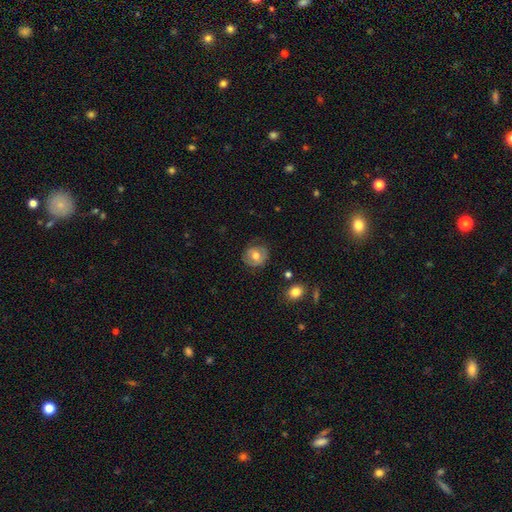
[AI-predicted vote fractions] Smooth or featured? Predicted: smooth (p=0.64). How rounded? Predicted: round (p=0.83). Merging? Predicted: none (p=0.79).